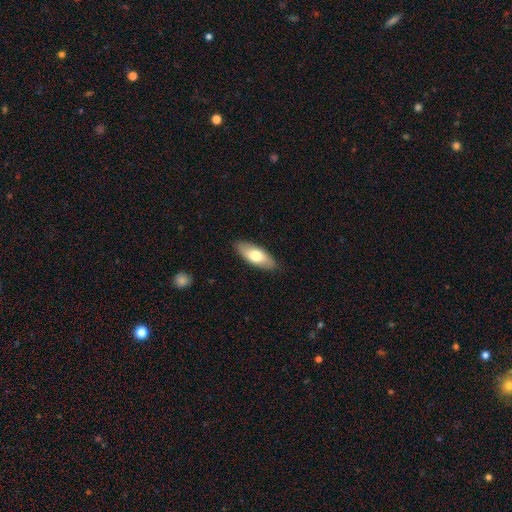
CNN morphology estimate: Smooth or featured? Predicted: smooth (p=0.70). How rounded? Predicted: in between (p=0.79). Merging? Predicted: none (p=0.87).